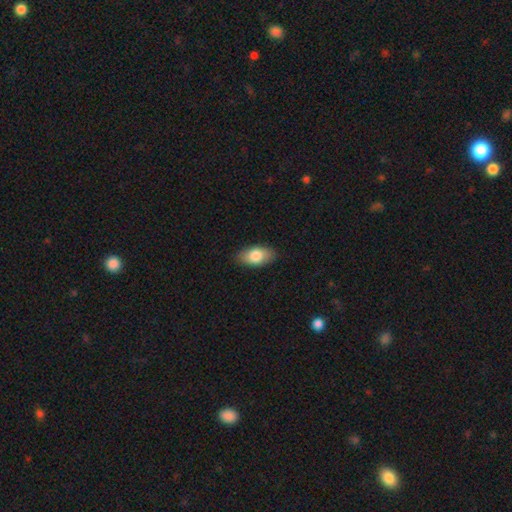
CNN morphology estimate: type=smooth (81%); roundness=in between (92%); merging=none (86%).